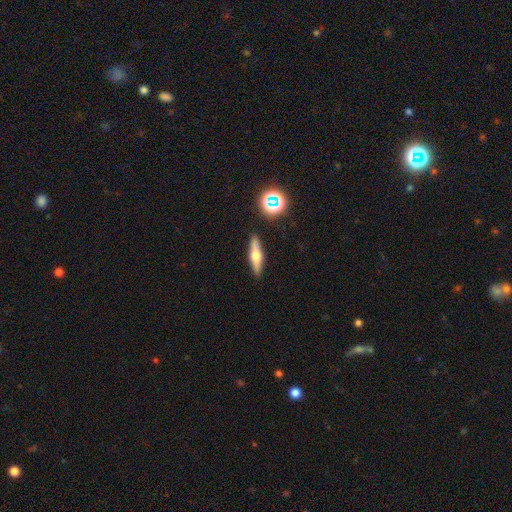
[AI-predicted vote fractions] Smooth or featured? Predicted: featured or disk (p=0.54). Edge-on disk? Predicted: yes (p=0.93). Edge-on bulge? Predicted: rounded (p=0.91). Merging? Predicted: none (p=0.88).